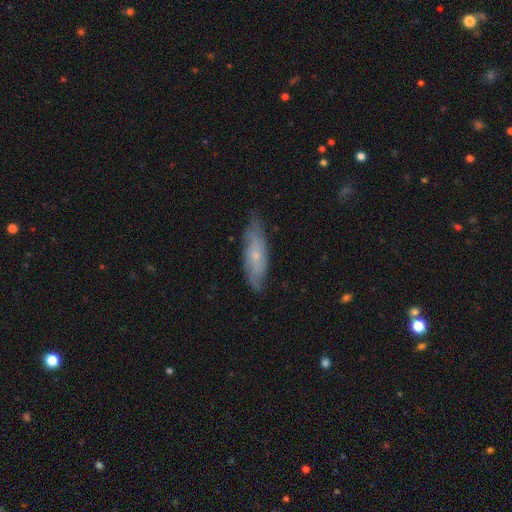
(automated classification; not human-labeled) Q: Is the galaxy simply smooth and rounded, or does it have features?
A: featured or disk — 57%.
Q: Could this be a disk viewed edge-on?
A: no — 71%.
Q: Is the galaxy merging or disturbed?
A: none — 76%.